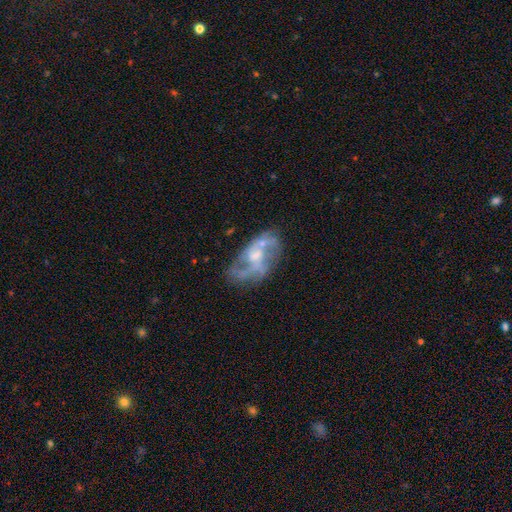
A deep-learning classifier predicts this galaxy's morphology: smooth_or_featured: featured or disk (p=0.75) [alt: smooth p=0.16]
disk_edge_on: no (p=0.96) [alt: yes p=0.04]
bar: no (p=0.60) [alt: weak p=0.33]
has_spiral_arms: yes (p=0.69) [alt: no p=0.31]
bulge_size: moderate (p=0.45) [alt: small p=0.37]
merging: none (p=0.51) [alt: minor disturbance p=0.20]